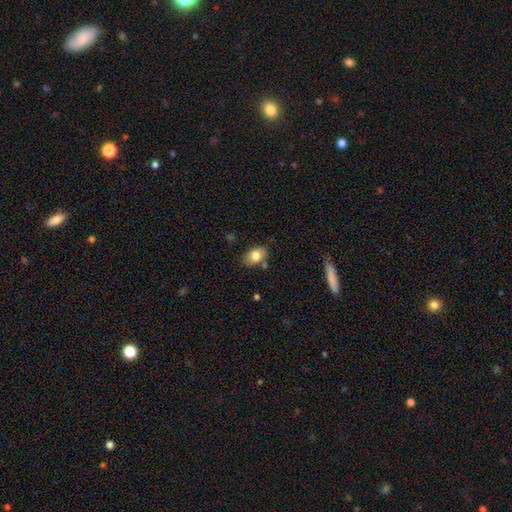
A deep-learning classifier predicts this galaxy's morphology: Smooth or featured: smooth — 79% (featured or disk — 13%)
How rounded: in between — 82% (round — 17%)
Merging: none — 77% (minor disturbance — 15%)